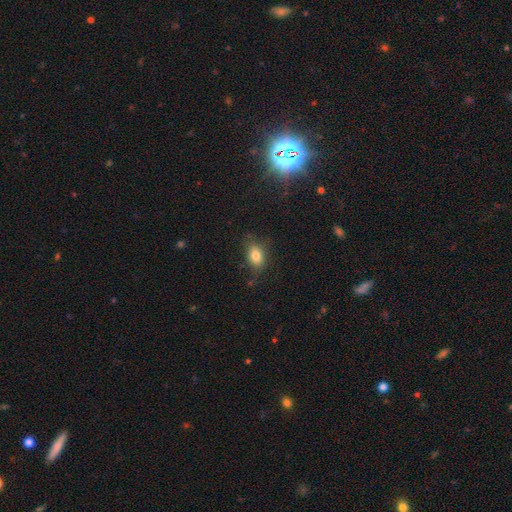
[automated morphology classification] smooth 80%, star or artifact 10%, featured or disk 9%. Down the decision tree: how rounded — in between (80%); merging — none (74%).